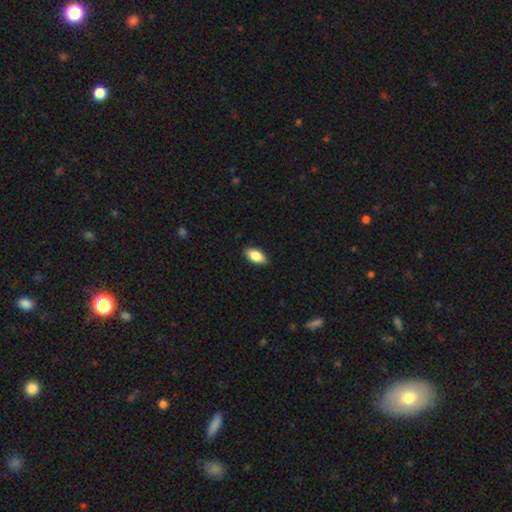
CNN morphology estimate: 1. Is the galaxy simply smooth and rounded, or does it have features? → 83% smooth, 10% featured or disk, 7% star or artifact.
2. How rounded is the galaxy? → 90% in between, 6% cigar-shaped, 4% round.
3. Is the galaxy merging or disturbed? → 87% none, 10% minor disturbance, 2% major disturbance, 1% merger.